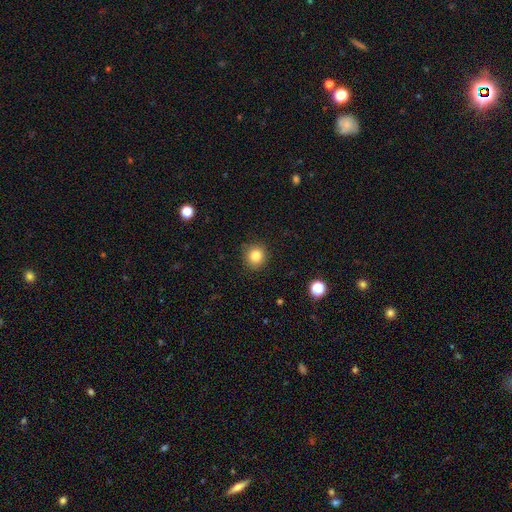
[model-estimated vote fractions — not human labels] A smooth galaxy with no disk features (82%) that is round (92%).

Vote fractions:
- Smooth or featured? smooth: 82% / star or artifact: 11% / featured or disk: 6%
- How rounded? round: 92% / in between: 7% / cigar-shaped: 1%
- Merging? none: 90% / minor disturbance: 7% / major disturbance: 2% / merger: 1%